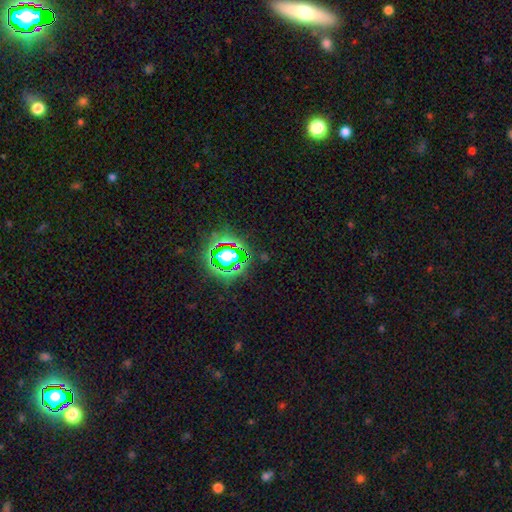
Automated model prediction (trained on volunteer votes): star or artifact 76%, smooth 15%, featured or disk 9%.